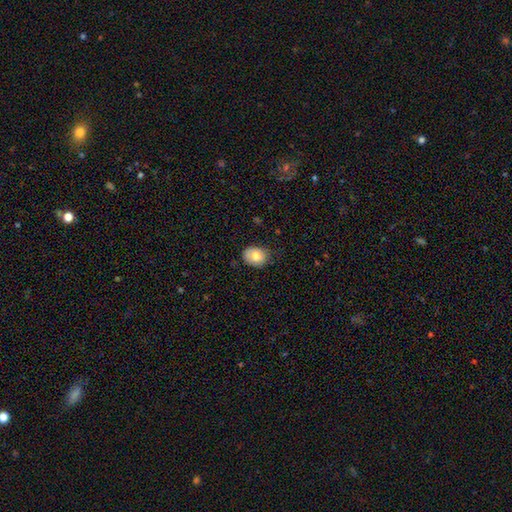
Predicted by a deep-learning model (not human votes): Smooth or featured?
  - smooth: 77% *
  - featured or disk: 15%
  - star or artifact: 8%
How rounded?
  - in between: 58% *
  - round: 41%
  - cigar-shaped: 1%
Merging?
  - none: 72% *
  - minor disturbance: 23%
  - major disturbance: 4%
  - merger: 1%